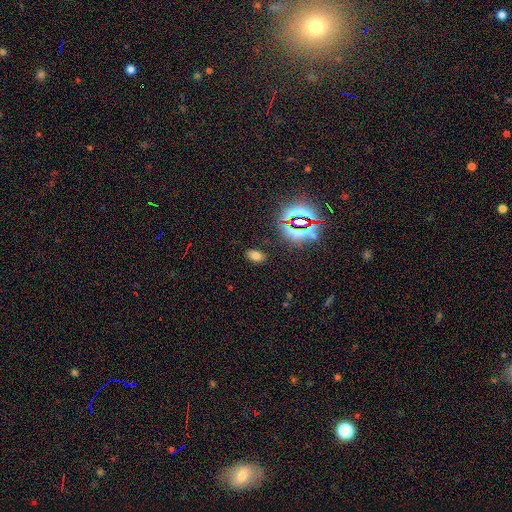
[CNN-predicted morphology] A smooth galaxy with no disk features (65%) that is in between round and cigar-shaped (88%). Merging: none (86%).